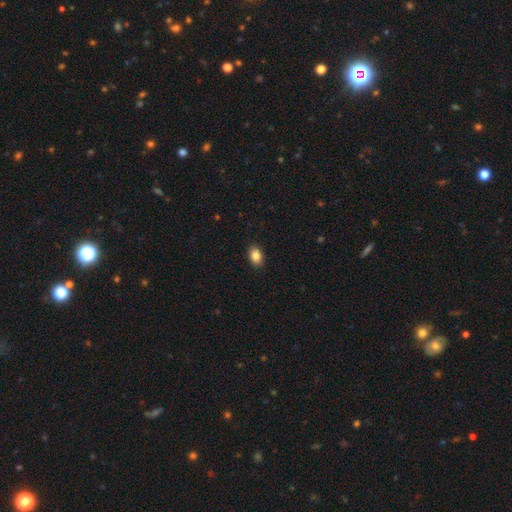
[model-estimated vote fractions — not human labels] smooth 86%, star or artifact 8%, featured or disk 5%. Down the decision tree: how rounded — in between (82%); merging — none (90%).